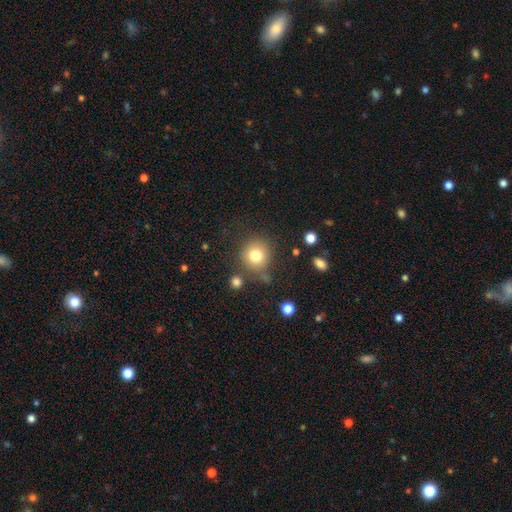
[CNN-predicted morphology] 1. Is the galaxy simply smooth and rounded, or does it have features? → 79% smooth, 12% star or artifact, 9% featured or disk.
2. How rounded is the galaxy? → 92% round, 7% in between, 1% cigar-shaped.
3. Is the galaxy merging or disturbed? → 76% none, 12% minor disturbance, 7% merger, 5% major disturbance.